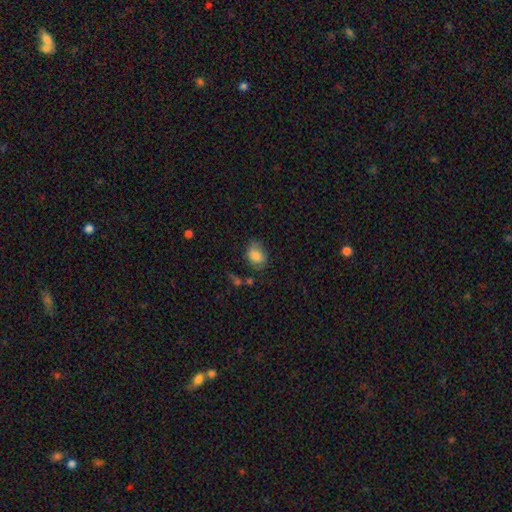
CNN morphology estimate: Overall: smooth (80%). How rounded: in between (69%; round 30%). Merging: none (58%; minor disturbance 29%).